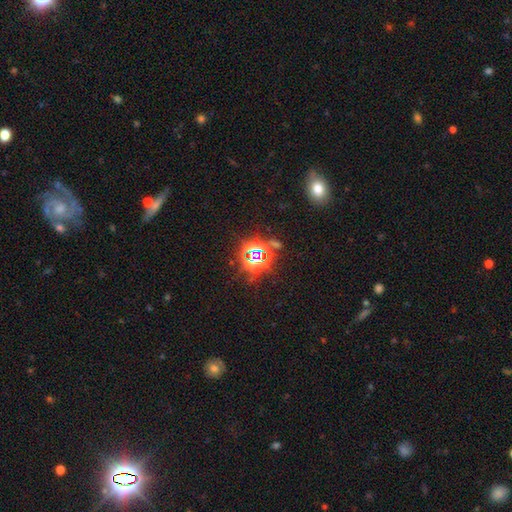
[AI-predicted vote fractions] This appears to be a star or artifact, not a galaxy (78%).